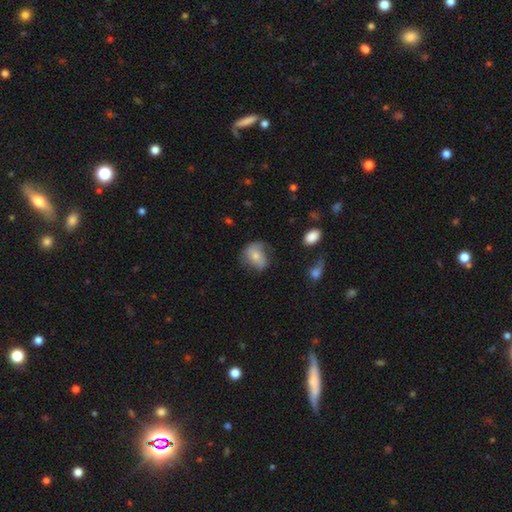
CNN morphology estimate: smooth-or-featured: smooth: 59% | featured or disk: 33% | star or artifact: 8%
  how-rounded: in between: 54% | round: 45% | cigar-shaped: 1%
  merging: none: 47% | minor disturbance: 31% | major disturbance: 20% | merger: 2%